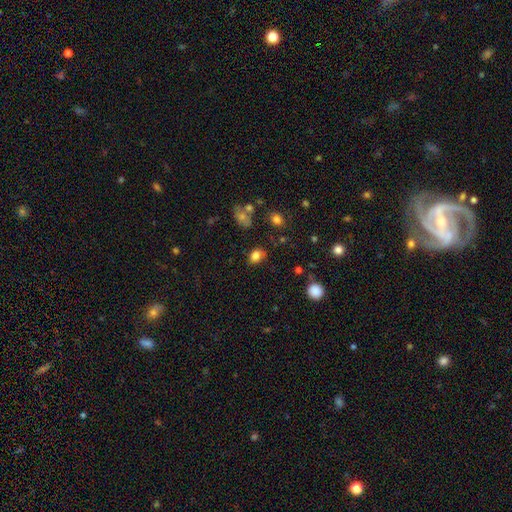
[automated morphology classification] type=smooth (81%); roundness=in between (68%); merging=none (76%).